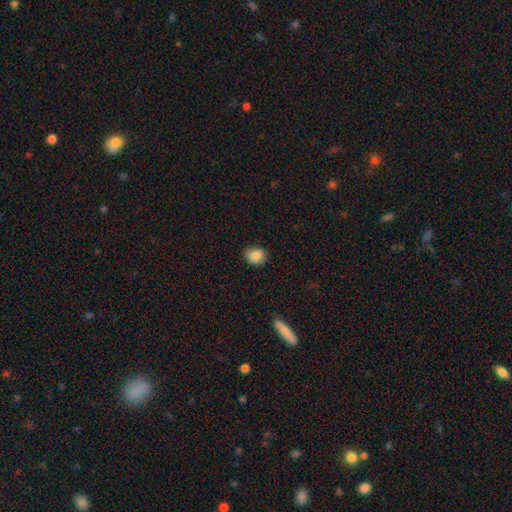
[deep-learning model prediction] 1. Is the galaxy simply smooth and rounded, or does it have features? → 87% smooth, 9% star or artifact, 4% featured or disk.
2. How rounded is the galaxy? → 64% round, 35% in between, 1% cigar-shaped.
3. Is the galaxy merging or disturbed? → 86% none, 11% minor disturbance, 2% major disturbance, 1% merger.